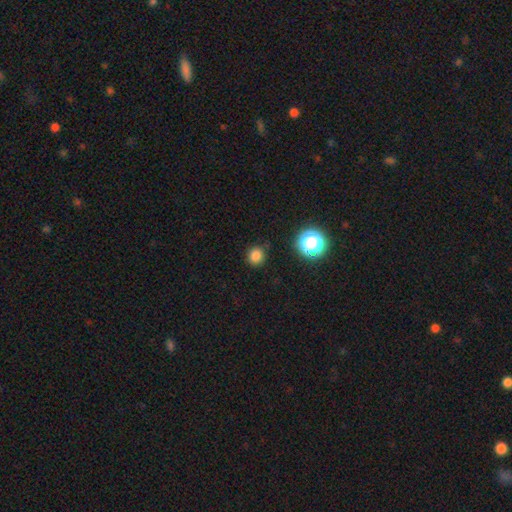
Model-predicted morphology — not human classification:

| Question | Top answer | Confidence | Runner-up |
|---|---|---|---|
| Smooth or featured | smooth | 79% | star or artifact (17%) |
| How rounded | round | 88% | in between (11%) |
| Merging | none | 87% | minor disturbance (9%) |